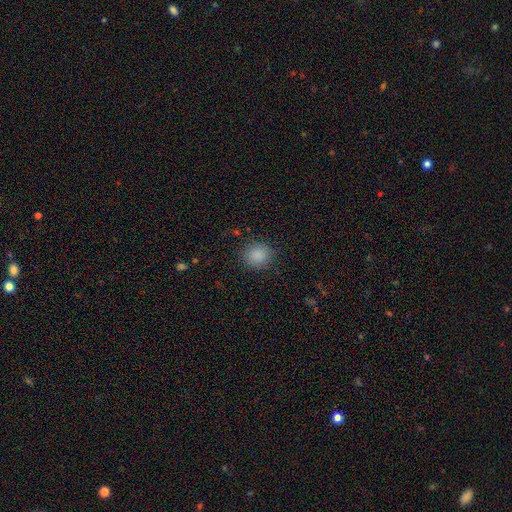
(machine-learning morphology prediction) The model was most divided on "how rounded": round: 82%, in between: 17%, cigar-shaped: 1%. More confident: merging — none (89%); smooth or featured — smooth (85%).